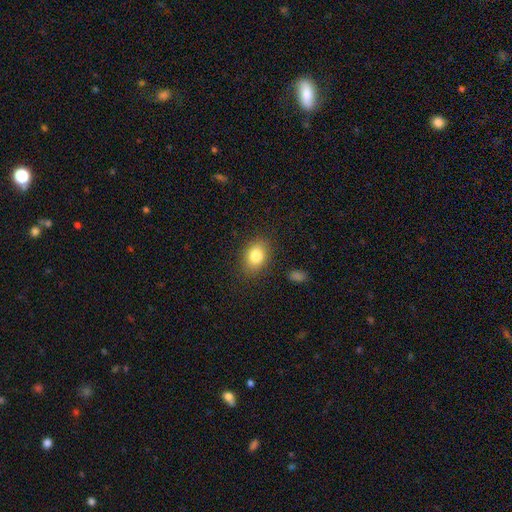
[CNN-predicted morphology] This is clearly a smooth galaxy (82%). How rounded: likely in between (71%). Merging: clearly none (85%).